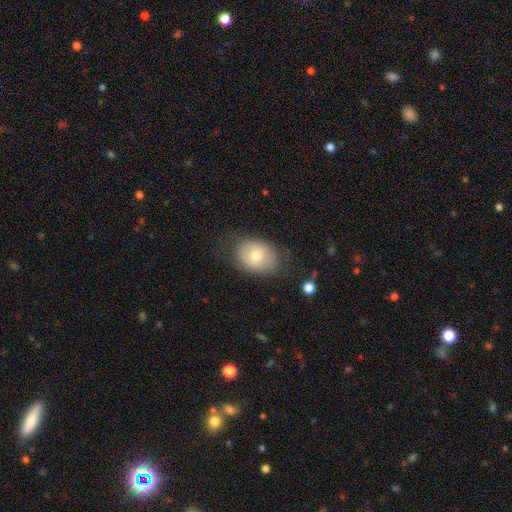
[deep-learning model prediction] Overall: smooth (68%). How rounded: in between (70%). Merging: none (75%).